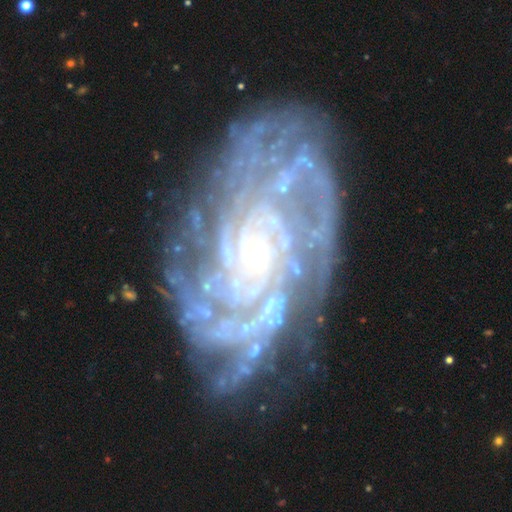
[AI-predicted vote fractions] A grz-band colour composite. It shows a featured or disk galaxy (90%) with no bar (72%), tight (72%) spiral arms (97%) and a small central bulge (82%). Merging: none (72%).